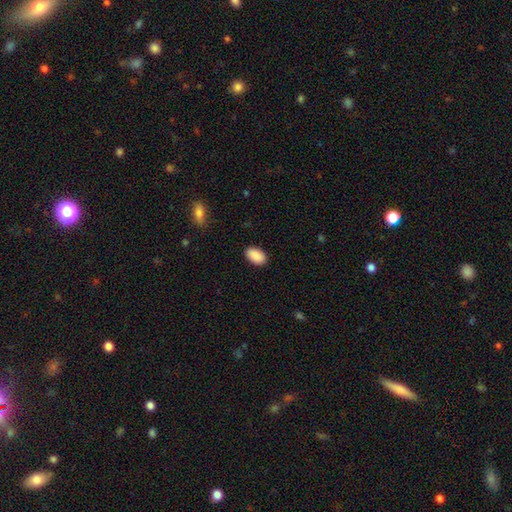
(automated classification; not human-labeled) smooth-or-featured: smooth: 90% | star or artifact: 7% | featured or disk: 4%
  how-rounded: in between: 93% | round: 5% | cigar-shaped: 1%
  merging: none: 89% | minor disturbance: 8% | major disturbance: 2% | merger: 1%